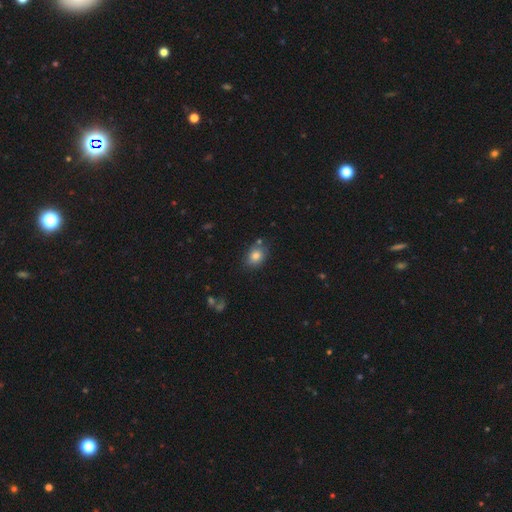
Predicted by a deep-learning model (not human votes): smooth_or_featured: smooth (p=0.81) [alt: star or artifact p=0.10]
how_rounded: in between (p=0.64) [alt: round p=0.35]
merging: none (p=0.74) [alt: minor disturbance p=0.17]